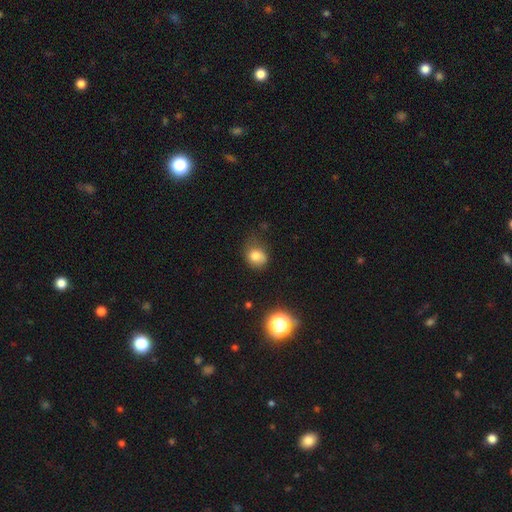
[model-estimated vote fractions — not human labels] The model was most divided on "merging": none: 50%, minor disturbance: 33%, major disturbance: 15%, merger: 3%. More confident: smooth or featured — smooth (78%); how rounded — round (63%).